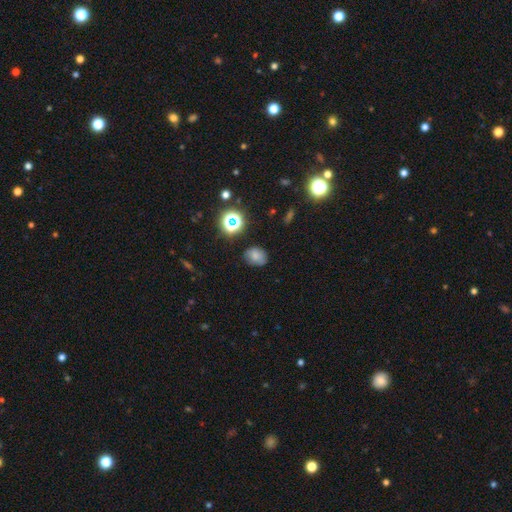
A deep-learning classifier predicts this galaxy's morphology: Smooth or featured: smooth — 72% (star or artifact — 17%)
How rounded: in between — 50% (round — 49%)
Merging: none — 74% (minor disturbance — 19%)